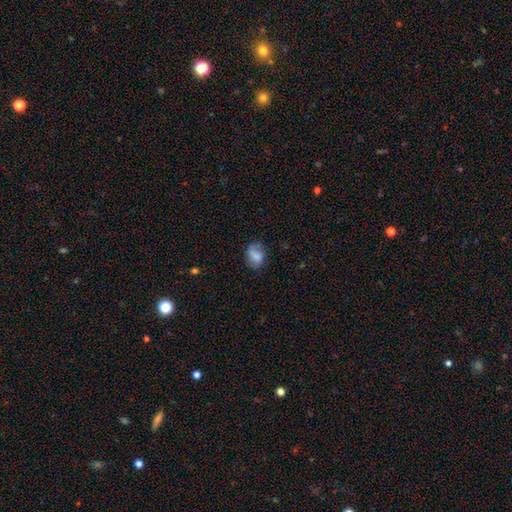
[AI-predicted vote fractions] Q: Smooth or featured?
A: smooth (72%); runner-up: featured or disk (18%)
Q: How rounded?
A: in between (64%); runner-up: round (34%)
Q: Merging?
A: none (58%); runner-up: minor disturbance (27%)